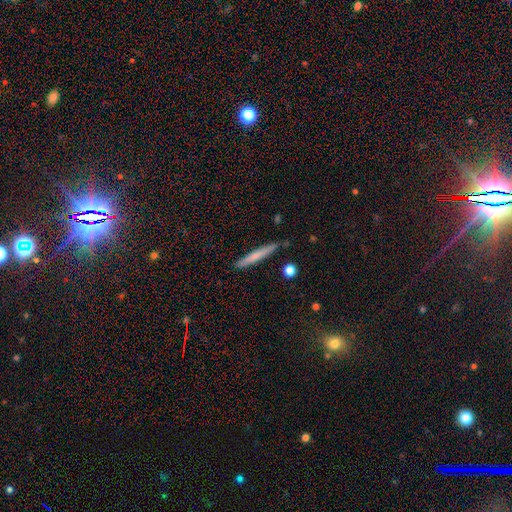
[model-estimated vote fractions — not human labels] Morphology: type=smooth (63%); roundness=cigar-shaped (96%); merging=none (86%).